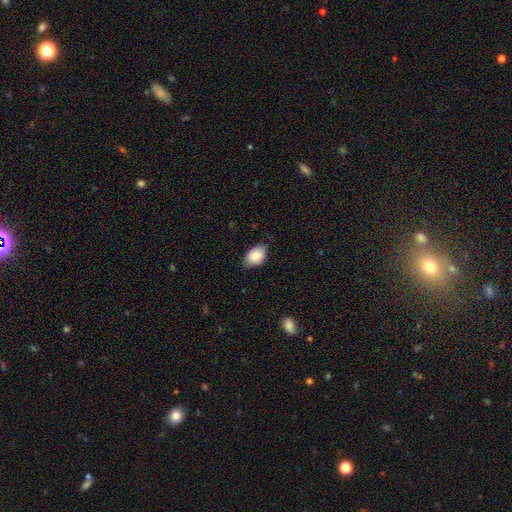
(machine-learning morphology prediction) Smooth or featured? smooth (88%)
How rounded? in between (85%)
Merging? none (74%)